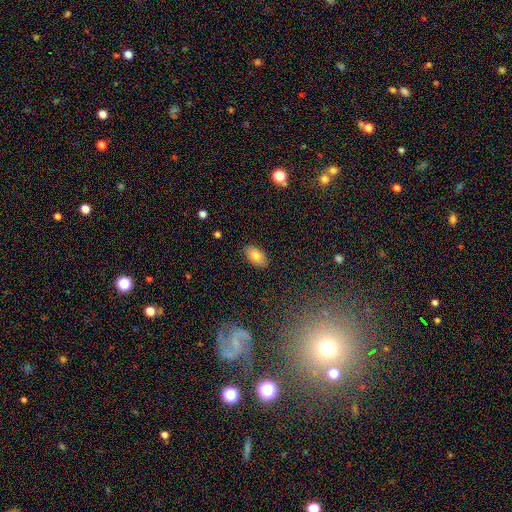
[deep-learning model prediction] Overall: smooth (82%). How rounded: in between (94%). Merging: none (87%).